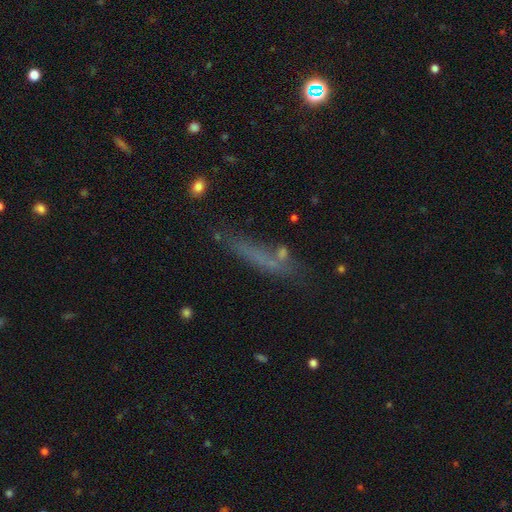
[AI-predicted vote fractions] This is possibly a smooth galaxy (56%). How rounded: clearly cigar-shaped (84%). Merging: likely none (62%).